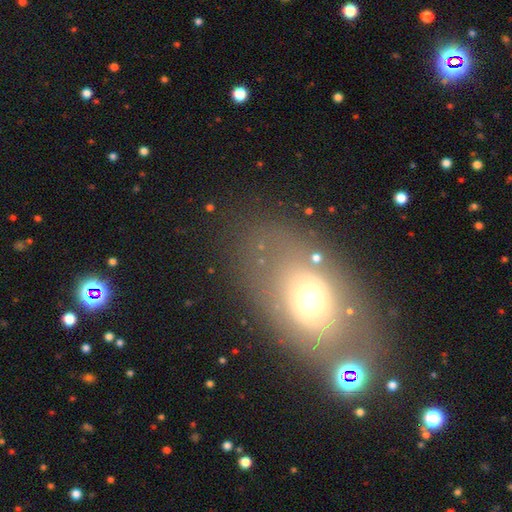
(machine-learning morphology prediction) Overall: smooth (46%; featured or disk 35%). Merging: none (70%).